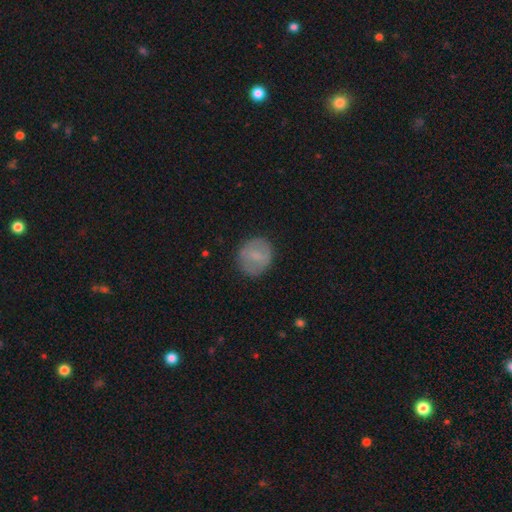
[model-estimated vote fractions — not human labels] The model was most divided on "smooth or featured": smooth: 66%, featured or disk: 26%, star or artifact: 7%. More confident: merging — none (82%); how rounded — round (80%).